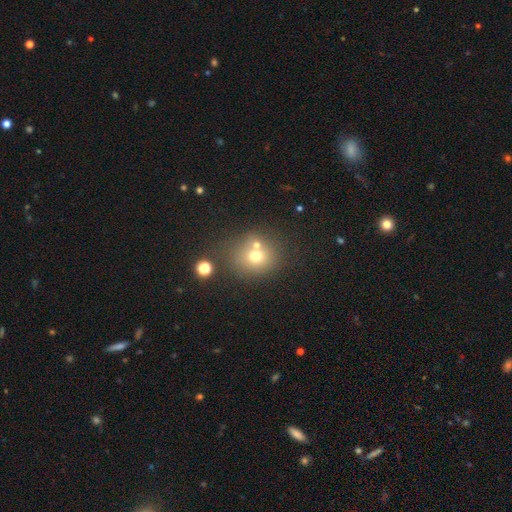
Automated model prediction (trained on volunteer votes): smooth 68%, star or artifact 16%, featured or disk 16%. Down the decision tree: how rounded — round (77%); merging — none (57%).